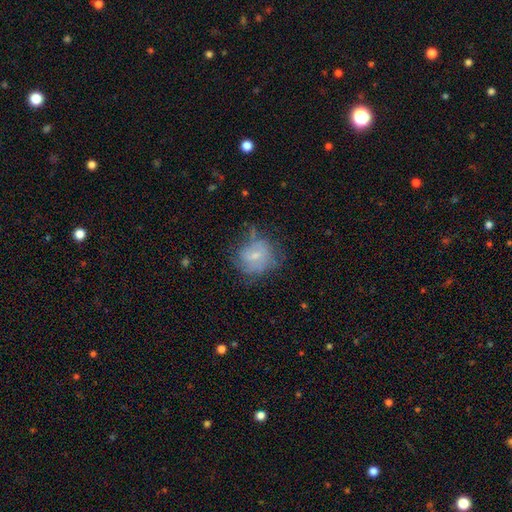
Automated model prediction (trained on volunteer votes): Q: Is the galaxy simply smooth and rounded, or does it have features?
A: featured or disk — 45%, tied with smooth.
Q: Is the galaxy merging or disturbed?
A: none — 51%.